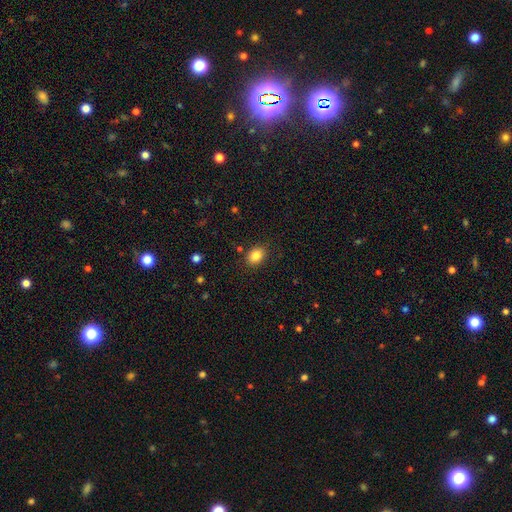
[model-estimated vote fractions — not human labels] Smooth or featured: smooth — 85% (star or artifact — 10%)
How rounded: in between — 64% (round — 35%)
Merging: none — 86% (minor disturbance — 10%)